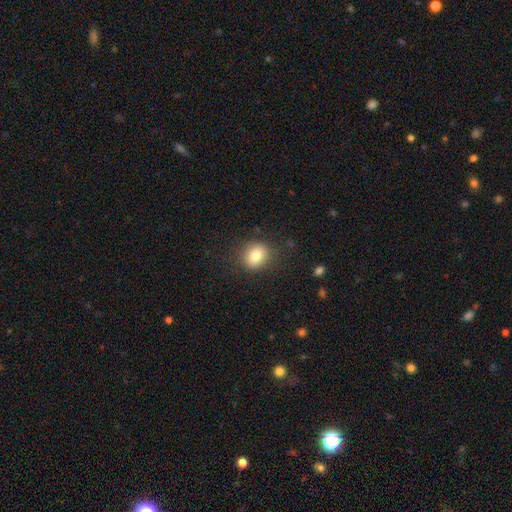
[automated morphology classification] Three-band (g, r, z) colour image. It shows a smooth galaxy with no disk features (81%) that is round (69%). Merging: none (84%).